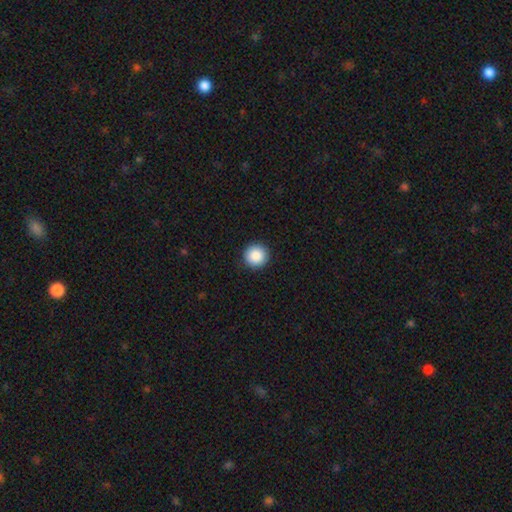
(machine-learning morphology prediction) Smooth or featured? smooth (88%)
How rounded? round (96%)
Merging? none (93%)